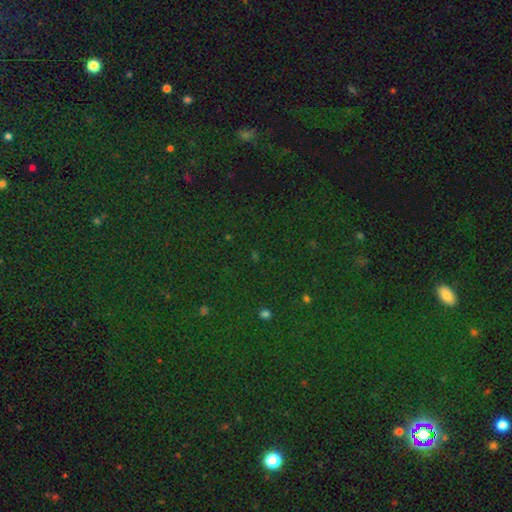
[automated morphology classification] smooth_or_featured: star or artifact (p=0.75) [alt: smooth p=0.16]